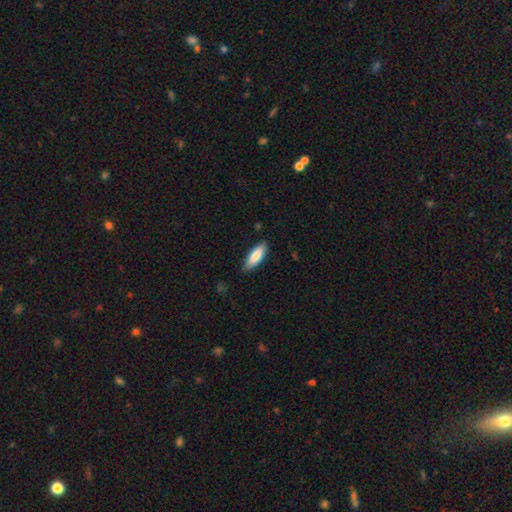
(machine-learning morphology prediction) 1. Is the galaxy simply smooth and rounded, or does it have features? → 83% smooth, 11% featured or disk, 5% star or artifact.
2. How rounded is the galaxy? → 59% in between, 40% cigar-shaped, 2% round.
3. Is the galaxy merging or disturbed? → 83% none, 14% minor disturbance, 2% major disturbance, 1% merger.